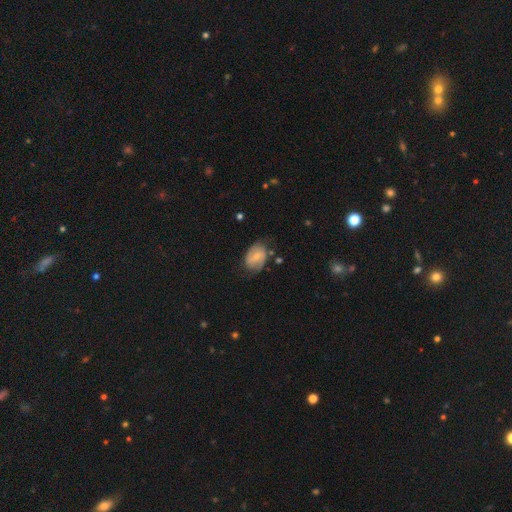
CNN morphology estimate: smooth-or-featured: featured or disk: 48% | smooth: 44% | star or artifact: 7%
  merging: none: 61% | minor disturbance: 27% | major disturbance: 9% | merger: 3%